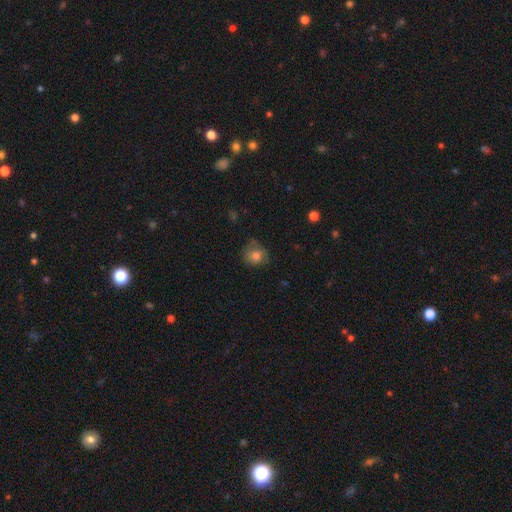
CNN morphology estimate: Smooth or featured? Predicted: smooth (p=0.76). How rounded? Predicted: round (p=0.82). Merging? Predicted: none (p=0.68).